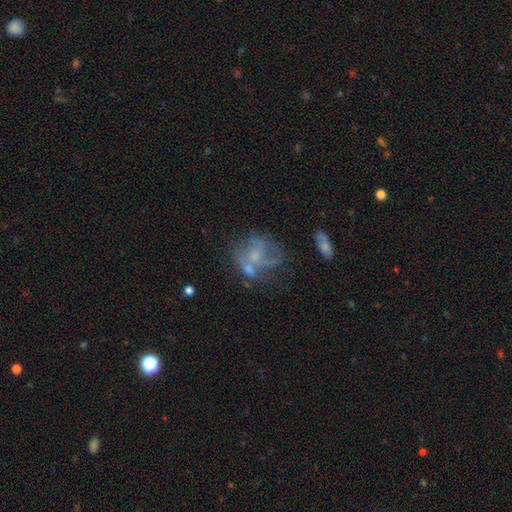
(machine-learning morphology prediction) A featured or disk galaxy (58%) with no bar (77%), no spiral arms (64%) and a small central bulge (38%). Merging: none (36%).